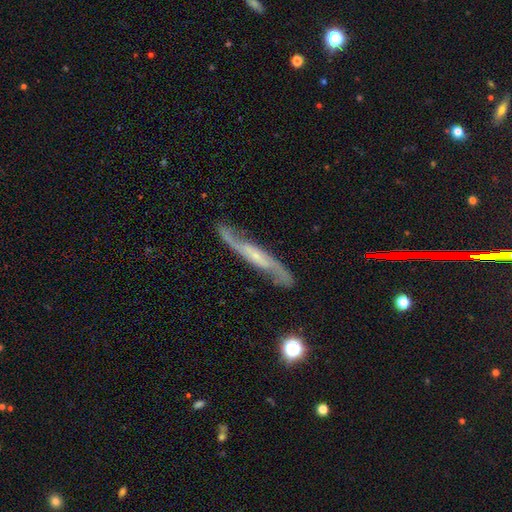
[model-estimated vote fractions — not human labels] A featured or disk galaxy (85%) with no bar (42%), 2 (92%) loose (52%) spiral arms (96%) and a small central bulge (65%).

Vote fractions:
- Smooth or featured? featured or disk: 85% / smooth: 10% / star or artifact: 6%
- Edge-on disk? no: 69% / yes: 31%
- Bar? no: 42% / weak: 37% / strong: 21%
- Spiral arms? yes: 96% / no: 4%
- Spiral winding? loose: 52% / medium: 35% / tight: 13%
- Spiral arm count? 2: 92% / can't tell: 3% / 1: 2% / 3: 1% / 4: 1% / more than 4: 1%
- Bulge size? small: 65% / moderate: 18% / none: 14% / large: 2% / dominant: 1%
- Merging? none: 77% / minor disturbance: 15% / major disturbance: 5% / merger: 2%